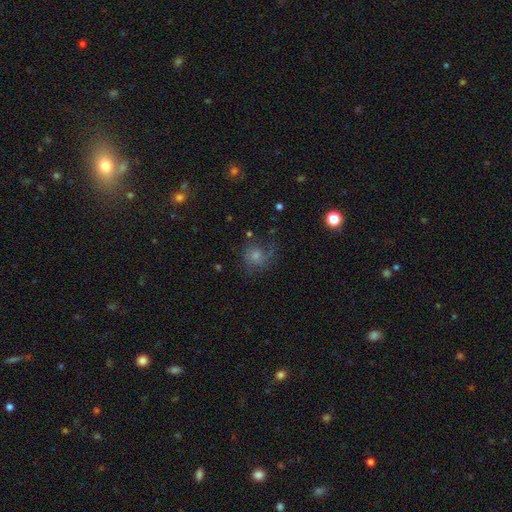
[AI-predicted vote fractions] Smooth or featured? Predicted: featured or disk (p=0.48). Merging? Predicted: none (p=0.60).